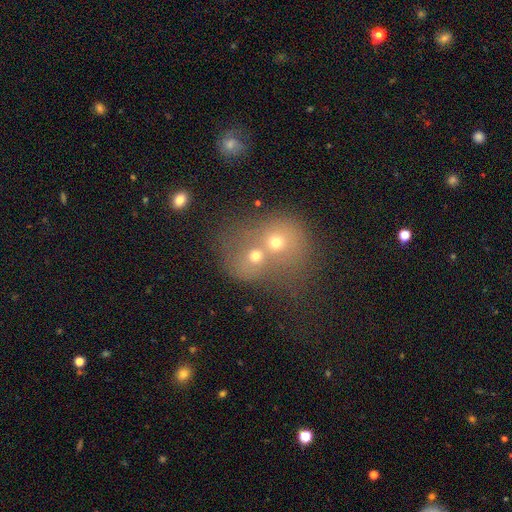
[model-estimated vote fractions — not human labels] Smooth or featured? smooth (58%)
How rounded? round (68%)
Merging? merger (71%)